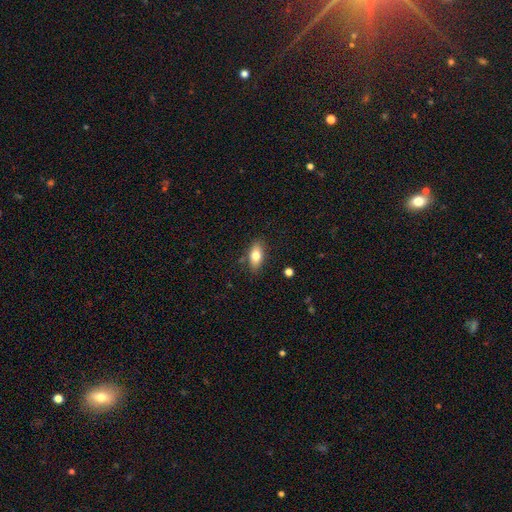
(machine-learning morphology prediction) Q: Smooth or featured?
A: smooth (76%); runner-up: featured or disk (16%)
Q: How rounded?
A: in between (85%); runner-up: cigar-shaped (10%)
Q: Merging?
A: none (83%); runner-up: minor disturbance (12%)